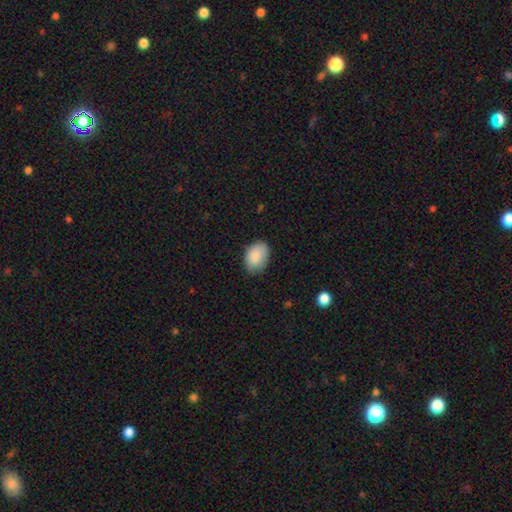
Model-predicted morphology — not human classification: type=smooth (88%); roundness=in between (81%); merging=none (76%).